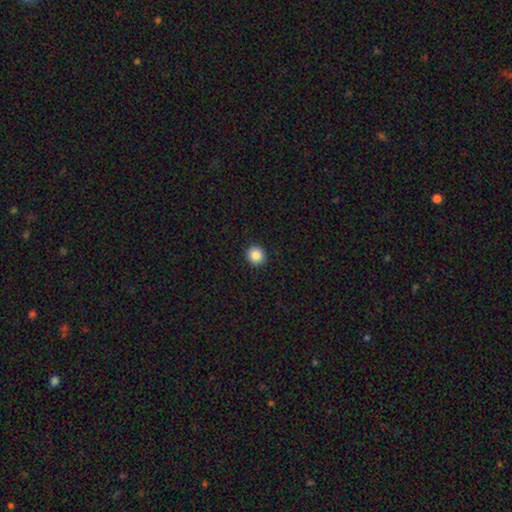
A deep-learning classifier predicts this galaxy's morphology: Smooth or featured? smooth (87%)
How rounded? round (93%)
Merging? none (93%)